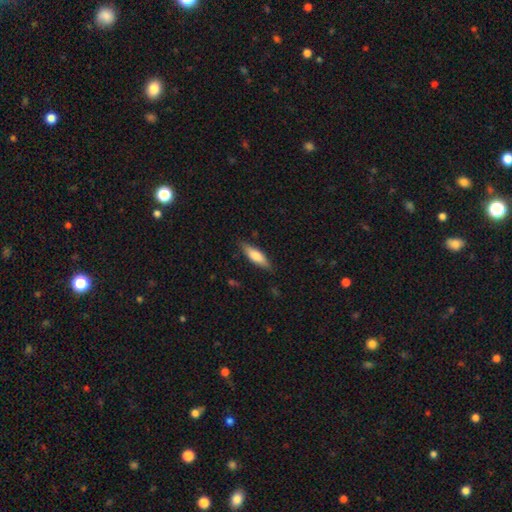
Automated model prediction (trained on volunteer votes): Smooth or featured? smooth (74%)
How rounded? in between (50%)
Merging? none (83%)